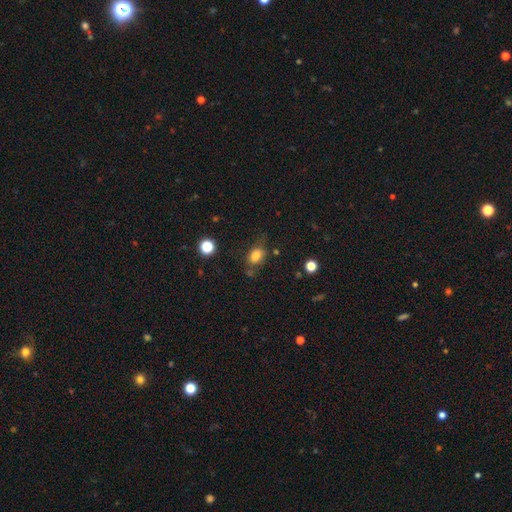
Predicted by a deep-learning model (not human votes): smooth_or_featured: smooth (p=0.79) [alt: star or artifact p=0.11]
how_rounded: in between (p=0.72) [alt: round p=0.27]
merging: none (p=0.64) [alt: minor disturbance p=0.21]